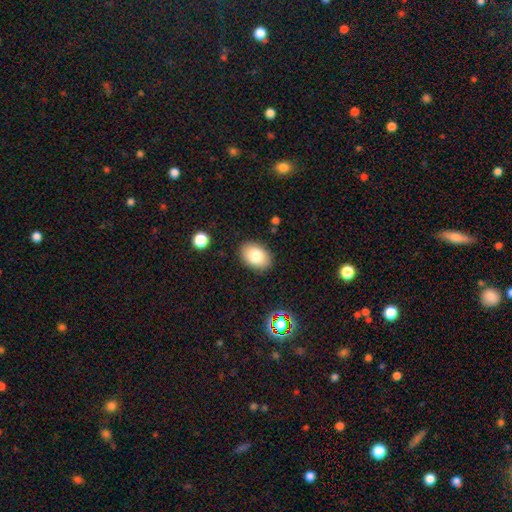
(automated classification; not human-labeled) Smooth or featured? smooth (82%)
How rounded? in between (81%)
Merging? none (87%)